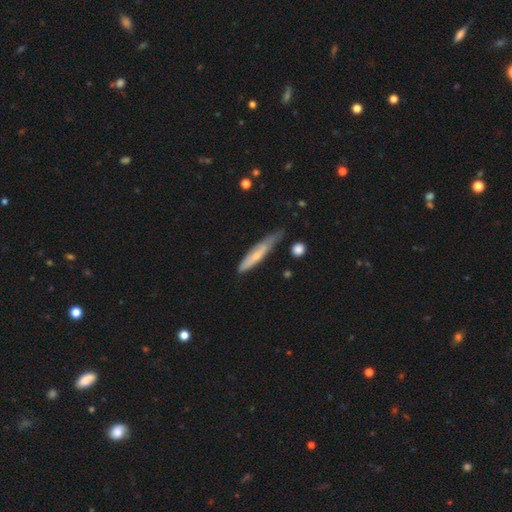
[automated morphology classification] A smooth galaxy with no disk features (56%) that is cigar-shaped (86%).

Vote fractions:
- Smooth or featured? smooth: 56% / featured or disk: 38% / star or artifact: 6%
- How rounded? cigar-shaped: 86% / in between: 12% / round: 2%
- Merging? none: 53% / minor disturbance: 35% / major disturbance: 9% / merger: 3%